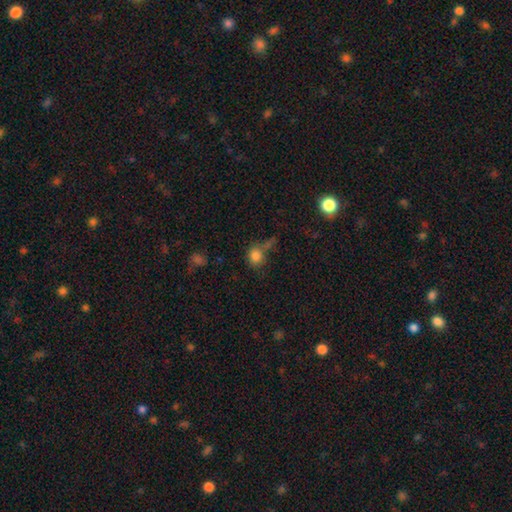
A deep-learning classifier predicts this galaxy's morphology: Overall: smooth (80%). How rounded: round (79%). Merging: none (53%; merger 20%).